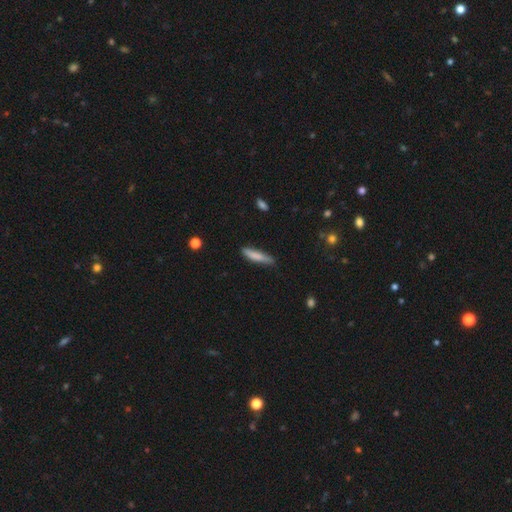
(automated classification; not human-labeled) A smooth galaxy with no disk features (77%) that is cigar-shaped (86%).

Vote fractions:
- Smooth or featured? smooth: 77% / featured or disk: 17% / star or artifact: 6%
- How rounded? cigar-shaped: 86% / in between: 12% / round: 1%
- Merging? none: 76% / minor disturbance: 19% / major disturbance: 3% / merger: 2%